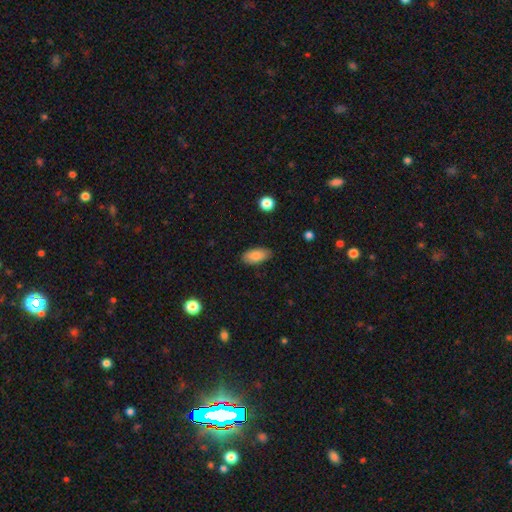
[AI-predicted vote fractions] smooth 84%, featured or disk 8%, star or artifact 7%. Down the decision tree: how rounded — in between (92%); merging — none (83%).